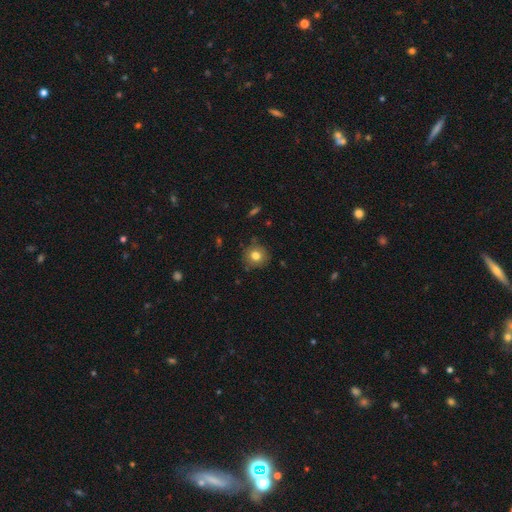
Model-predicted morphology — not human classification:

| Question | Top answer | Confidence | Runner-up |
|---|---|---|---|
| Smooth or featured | smooth | 79% | star or artifact (11%) |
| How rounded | round | 90% | in between (9%) |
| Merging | none | 85% | minor disturbance (11%) |